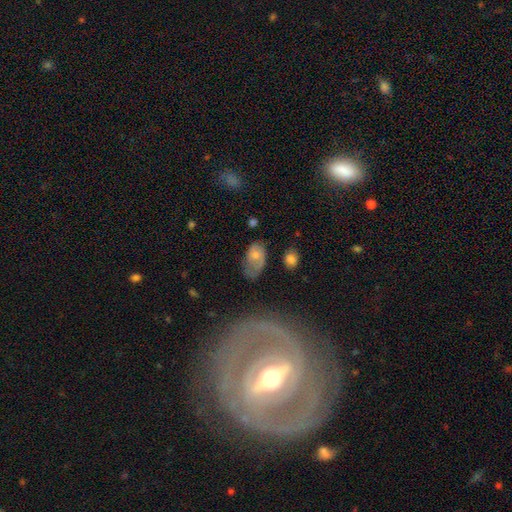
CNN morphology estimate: Smooth or featured? Predicted: smooth (p=0.61). How rounded? Predicted: in between (p=0.91). Merging? Predicted: none (p=0.41).